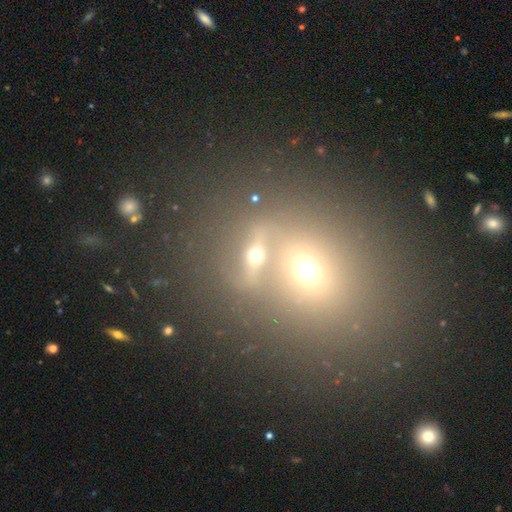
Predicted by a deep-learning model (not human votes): This is marginally a smooth galaxy (43%). Merging: possibly none (49%).